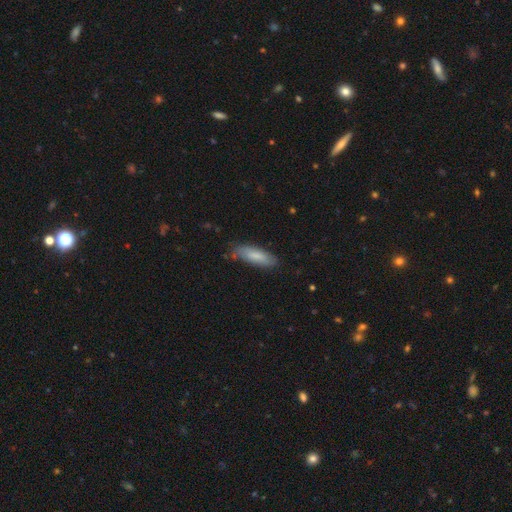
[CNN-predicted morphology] smooth-or-featured: smooth: 79% | featured or disk: 15% | star or artifact: 6%
  how-rounded: in between: 51% | cigar-shaped: 48% | round: 1%
  merging: none: 75% | minor disturbance: 20% | major disturbance: 4% | merger: 2%